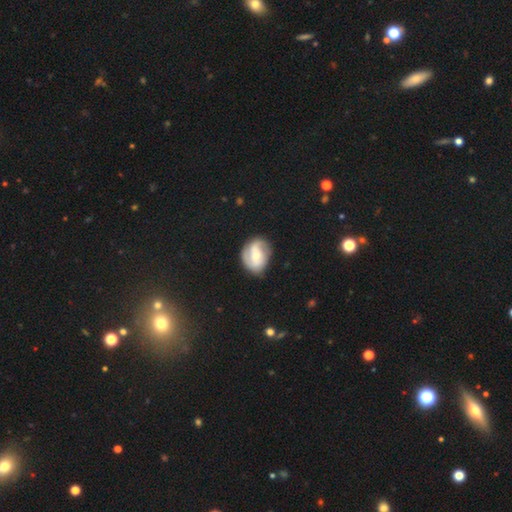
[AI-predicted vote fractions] Smooth or featured?
  - featured or disk: 67% *
  - smooth: 27%
  - star or artifact: 6%
Edge-on disk?
  - no: 97% *
  - yes: 3%
Bar?
  - no: 42% *
  - weak: 37%
  - strong: 21%
Spiral arms?
  - yes: 85% *
  - no: 15%
Spiral winding?
  - medium: 40% *
  - tight: 39%
  - loose: 21%
Spiral arm count?
  - 2: 66% *
  - can't tell: 16%
  - 3: 8%
  - 1: 6%
  - 4: 2%
  - more than 4: 2%
Bulge size?
  - moderate: 54% *
  - small: 40%
  - large: 4%
  - none: 1%
  - dominant: 1%
Merging?
  - none: 71% *
  - minor disturbance: 20%
  - major disturbance: 7%
  - merger: 2%